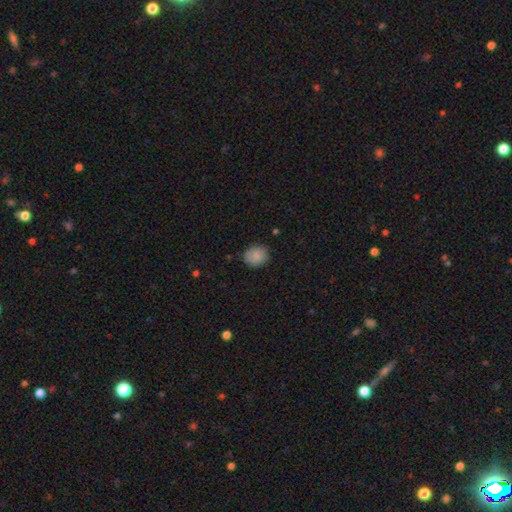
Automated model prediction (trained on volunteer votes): Q: Smooth or featured?
A: smooth (85%); runner-up: star or artifact (8%)
Q: How rounded?
A: round (72%); runner-up: in between (27%)
Q: Merging?
A: none (79%); runner-up: minor disturbance (16%)